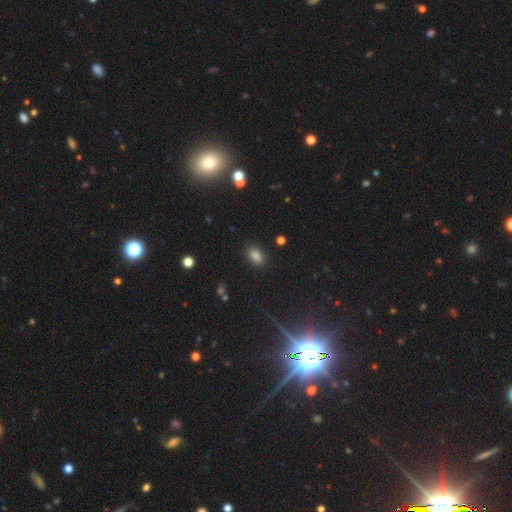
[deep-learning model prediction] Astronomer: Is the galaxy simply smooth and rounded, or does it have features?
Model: smooth — 82%.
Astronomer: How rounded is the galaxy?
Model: in between — 89%.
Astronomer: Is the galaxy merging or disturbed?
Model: none — 88%.